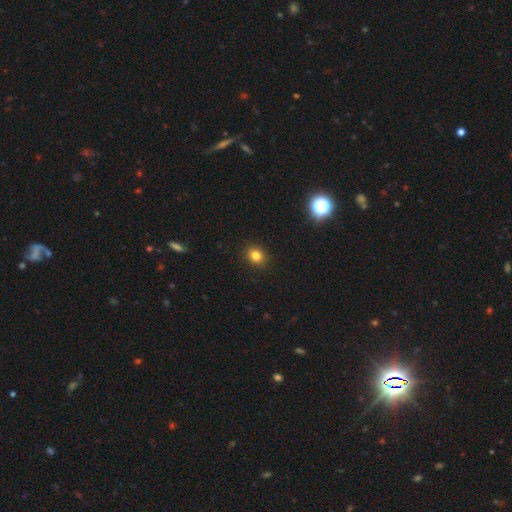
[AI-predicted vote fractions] A smooth galaxy with no disk features (81%) that is round (61%).

Vote fractions:
- Smooth or featured? smooth: 81% / star or artifact: 13% / featured or disk: 6%
- How rounded? round: 61% / in between: 39% / cigar-shaped: 1%
- Merging? none: 91% / minor disturbance: 7% / major disturbance: 2% / merger: 1%